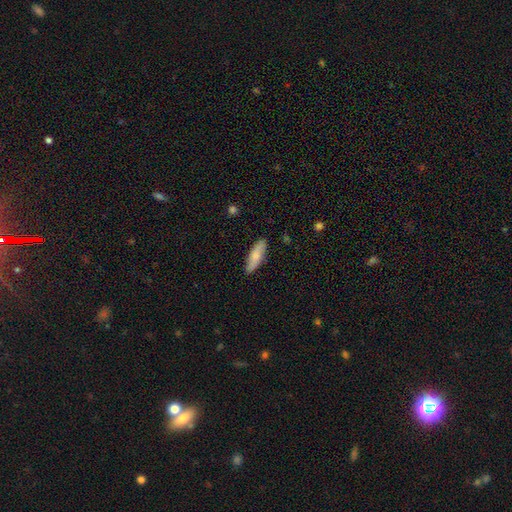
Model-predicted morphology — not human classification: Overall: smooth (76%). How rounded: cigar-shaped (52%; in between 46%). Merging: none (86%).